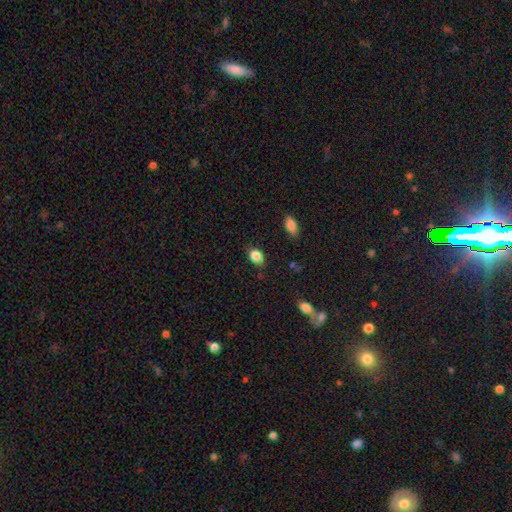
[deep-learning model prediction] smooth 85%, star or artifact 9%, featured or disk 6%. Down the decision tree: how rounded — in between (75%); merging — none (75%).